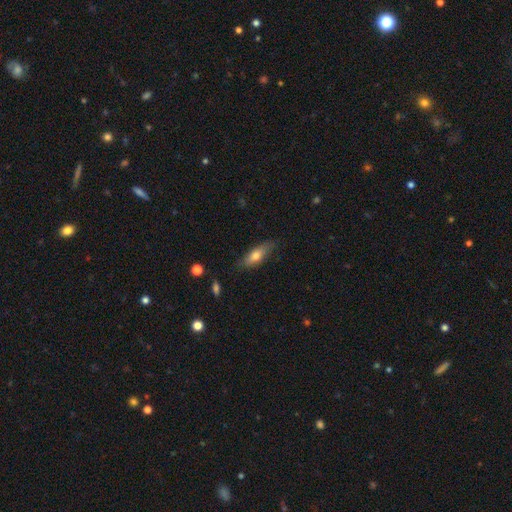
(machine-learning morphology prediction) Smooth or featured? Predicted: smooth (p=0.66). How rounded? Predicted: in between (p=0.54). Merging? Predicted: none (p=0.77).